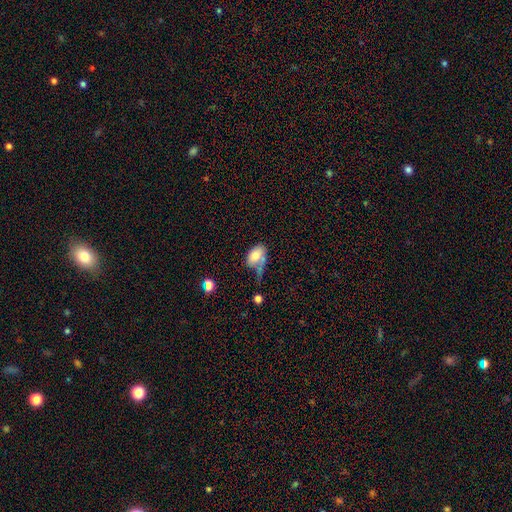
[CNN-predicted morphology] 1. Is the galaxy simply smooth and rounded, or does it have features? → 73% smooth, 19% featured or disk, 8% star or artifact.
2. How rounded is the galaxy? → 87% in between, 12% round, 2% cigar-shaped.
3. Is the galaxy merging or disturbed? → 32% major disturbance, 27% minor disturbance, 25% none, 15% merger.